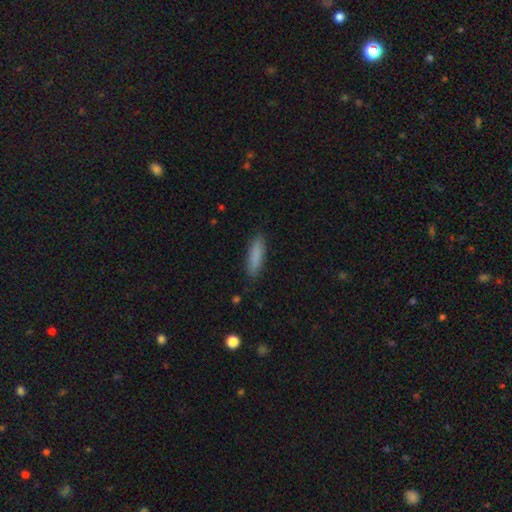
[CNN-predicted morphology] Smooth or featured? smooth (85%)
How rounded? cigar-shaped (72%)
Merging? none (86%)